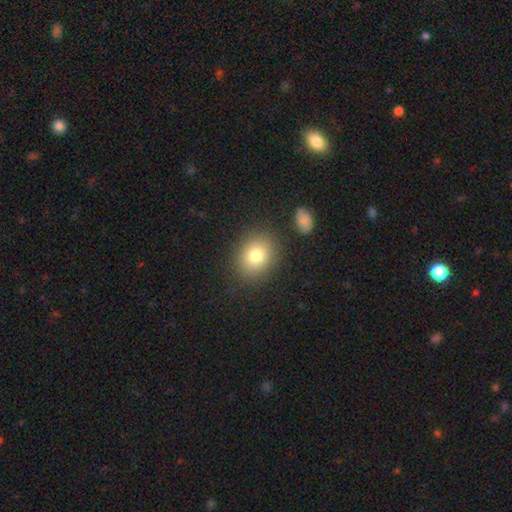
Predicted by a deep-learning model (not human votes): This is clearly a smooth galaxy (80%). How rounded: possibly round (60%). Merging: clearly none (84%).